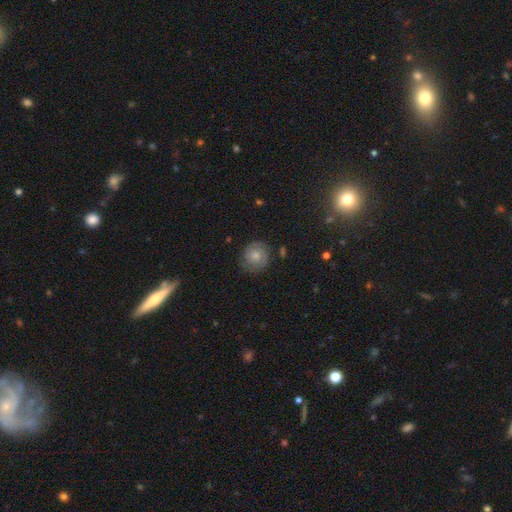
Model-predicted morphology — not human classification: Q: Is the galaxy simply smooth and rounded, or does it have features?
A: featured or disk — 49%.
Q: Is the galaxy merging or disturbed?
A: none — 78%.